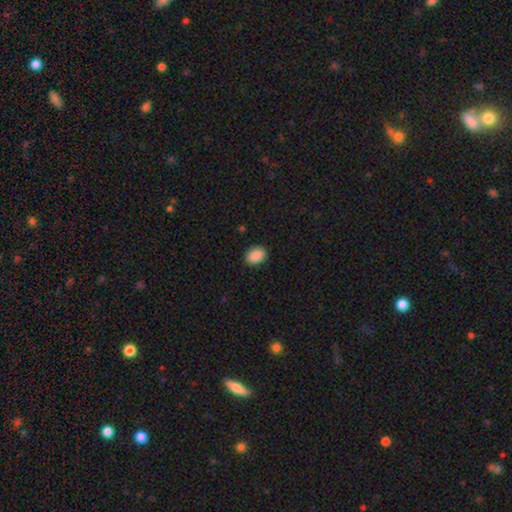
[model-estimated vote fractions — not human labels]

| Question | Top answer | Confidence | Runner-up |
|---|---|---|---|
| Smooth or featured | smooth | 90% | star or artifact (7%) |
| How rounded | in between | 79% | round (20%) |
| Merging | none | 89% | minor disturbance (8%) |